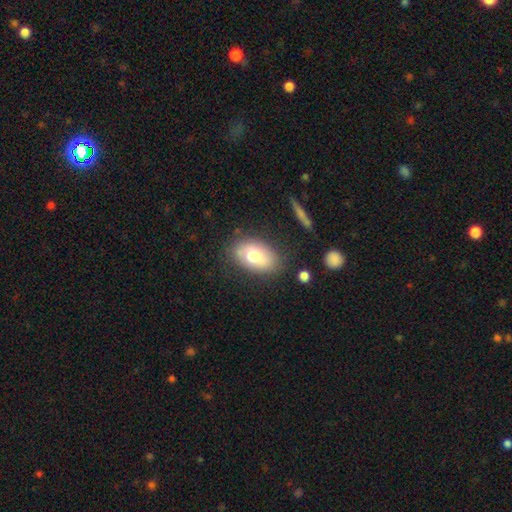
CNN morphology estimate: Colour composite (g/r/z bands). It shows a smooth galaxy with no disk features (70%) that is in between round and cigar-shaped (90%). Merging: none (73%).